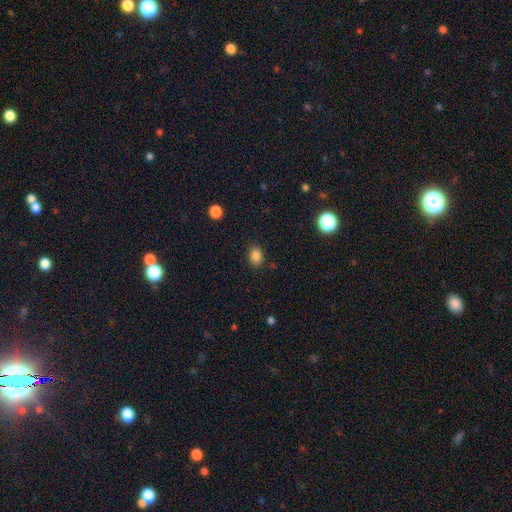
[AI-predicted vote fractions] smooth_or_featured: smooth (p=0.85) [alt: star or artifact p=0.11]
how_rounded: in between (p=0.64) [alt: round p=0.35]
merging: none (p=0.86) [alt: minor disturbance p=0.10]